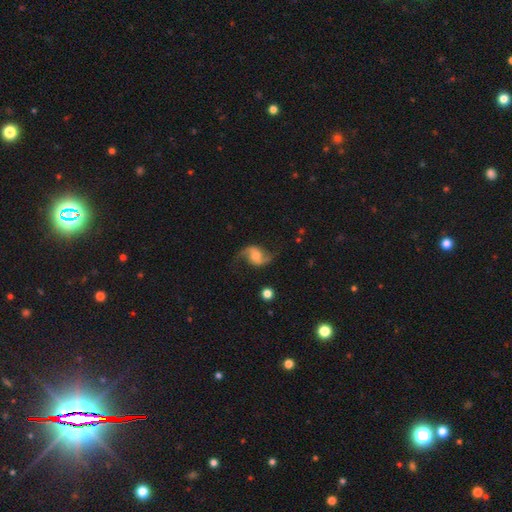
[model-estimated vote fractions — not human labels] A featured or disk galaxy (84%) with no bar (47%), 2 (93%) loose (72%) spiral arms (96%) and a moderate central bulge (43%).

Vote fractions:
- Smooth or featured? featured or disk: 84% / smooth: 10% / star or artifact: 6%
- Edge-on disk? no: 97% / yes: 3%
- Bar? no: 47% / weak: 40% / strong: 13%
- Spiral arms? yes: 96% / no: 4%
- Spiral winding? loose: 72% / medium: 23% / tight: 5%
- Spiral arm count? 2: 93% / 1: 2% / can't tell: 2% / 3: 1% / 4: 1% / more than 4: 1%
- Bulge size? moderate: 43% / small: 26% / large: 15% / none: 13% / dominant: 3%
- Merging? none: 75% / minor disturbance: 15% / major disturbance: 8% / merger: 2%